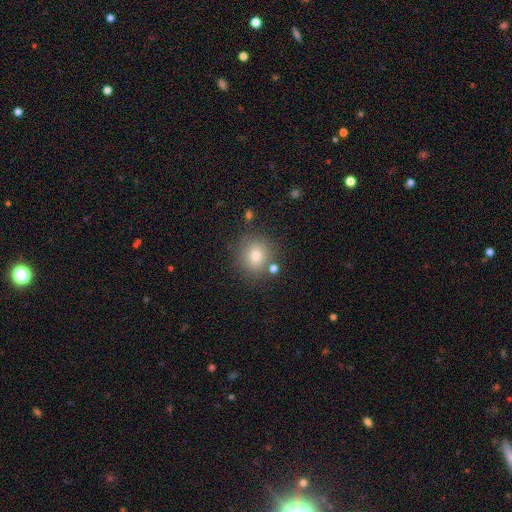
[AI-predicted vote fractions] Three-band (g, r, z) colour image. It shows a smooth galaxy with no disk features (78%) that is round (86%). Merging: none (81%).